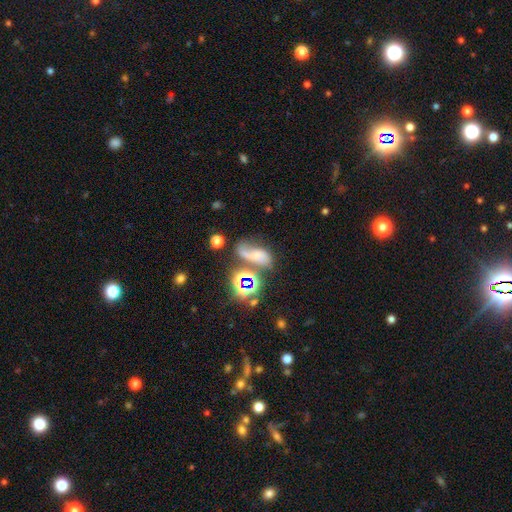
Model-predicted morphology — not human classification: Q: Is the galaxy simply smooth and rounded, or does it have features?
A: smooth — 40%.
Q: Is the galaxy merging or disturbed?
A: none — 34%.